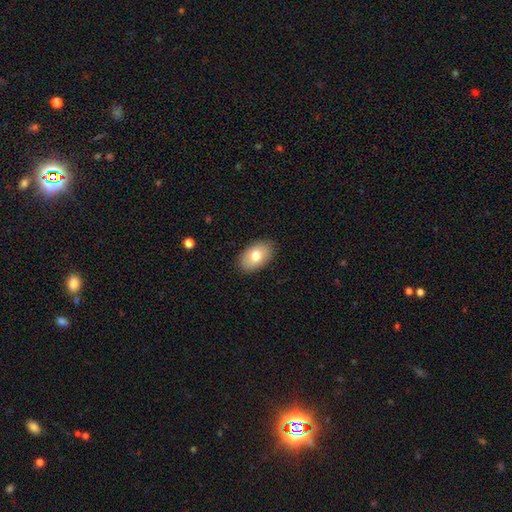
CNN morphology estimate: smooth 76%, featured or disk 17%, star or artifact 7%. Down the decision tree: how rounded — in between (91%); merging — none (86%).